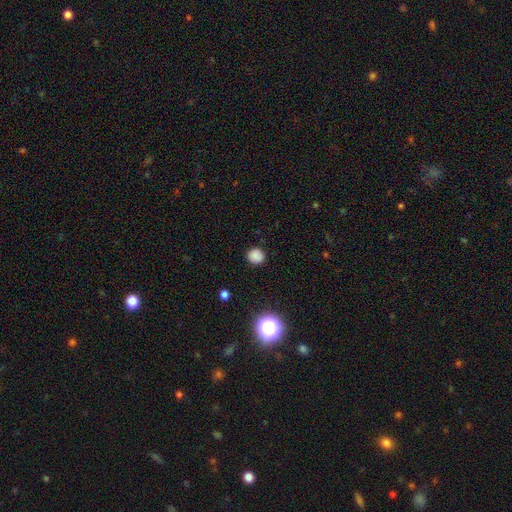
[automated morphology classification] Q: Smooth or featured?
A: smooth (83%); runner-up: star or artifact (13%)
Q: How rounded?
A: round (90%); runner-up: in between (9%)
Q: Merging?
A: none (89%); runner-up: minor disturbance (8%)